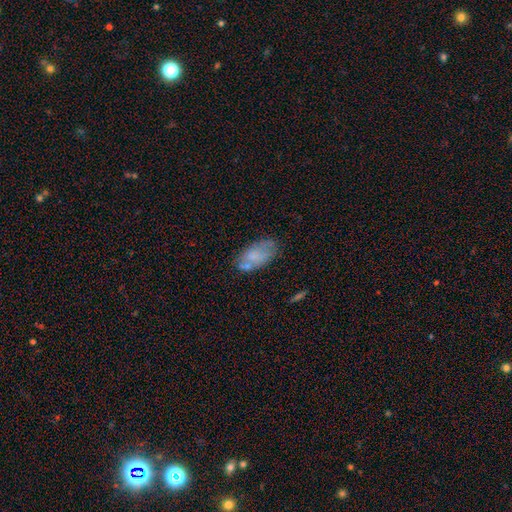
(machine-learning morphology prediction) Q: Smooth or featured?
A: smooth (63%); runner-up: featured or disk (29%)
Q: How rounded?
A: in between (93%); runner-up: cigar-shaped (4%)
Q: Merging?
A: none (55%); runner-up: minor disturbance (24%)